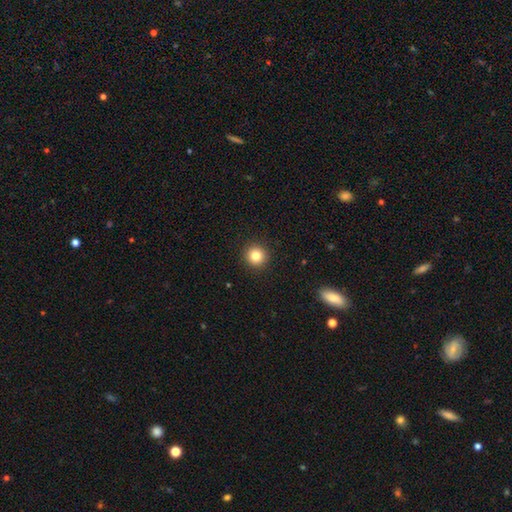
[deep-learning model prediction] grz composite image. It shows a smooth galaxy with no disk features (83%) that is round (95%). Merging: none (93%).